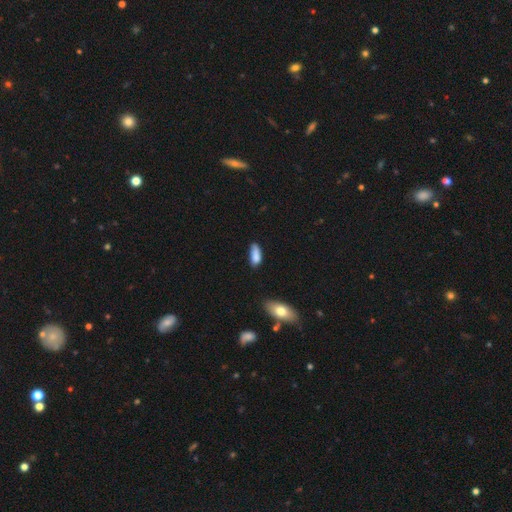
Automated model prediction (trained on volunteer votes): Smooth or featured? smooth (84%)
How rounded? in between (79%)
Merging? none (60%)